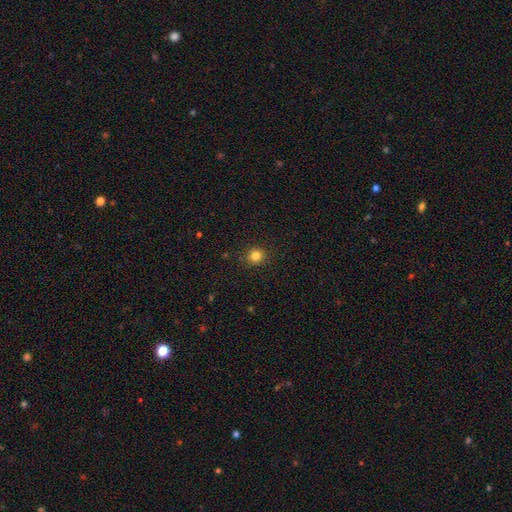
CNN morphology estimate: Smooth or featured? smooth (82%)
How rounded? round (92%)
Merging? none (91%)